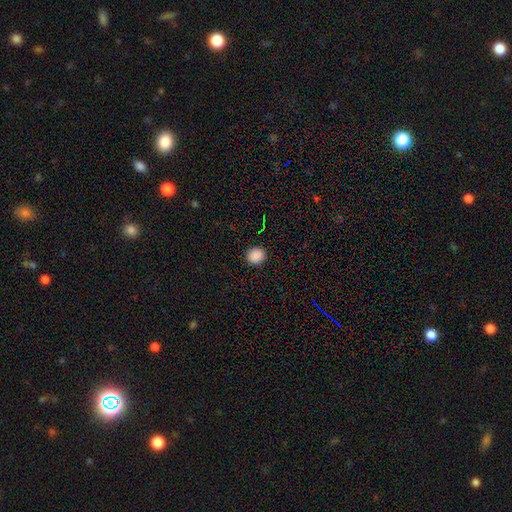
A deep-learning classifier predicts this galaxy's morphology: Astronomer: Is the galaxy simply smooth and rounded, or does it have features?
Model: smooth — 87%.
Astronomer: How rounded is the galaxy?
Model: round — 86%.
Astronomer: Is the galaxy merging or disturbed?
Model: none — 92%.